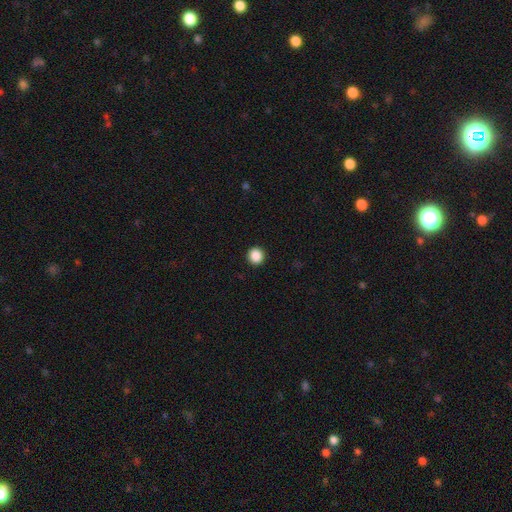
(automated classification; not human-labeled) This appears to be a smooth galaxy with no disk features (88%) that is round (94%). Merging: none (93%).